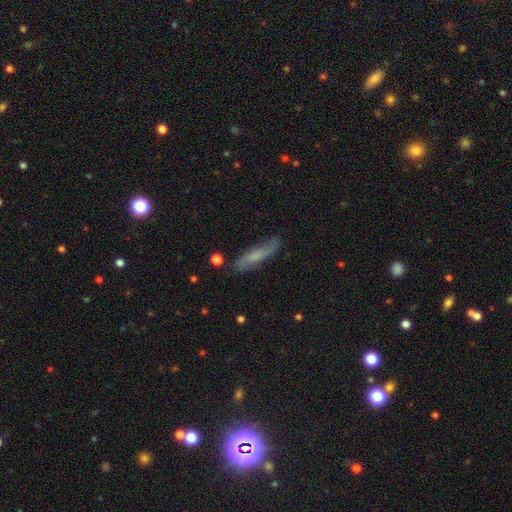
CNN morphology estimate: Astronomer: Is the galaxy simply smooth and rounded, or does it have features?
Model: smooth — 51% (runner-up: featured or disk, 41%).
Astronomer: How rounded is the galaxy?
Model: cigar-shaped — 78%.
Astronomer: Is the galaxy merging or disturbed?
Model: none — 75%.